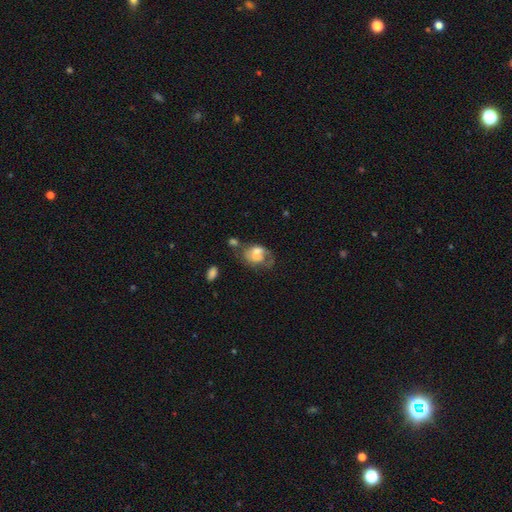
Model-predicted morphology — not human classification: A featured or disk galaxy (48%). Merging: none (37%).